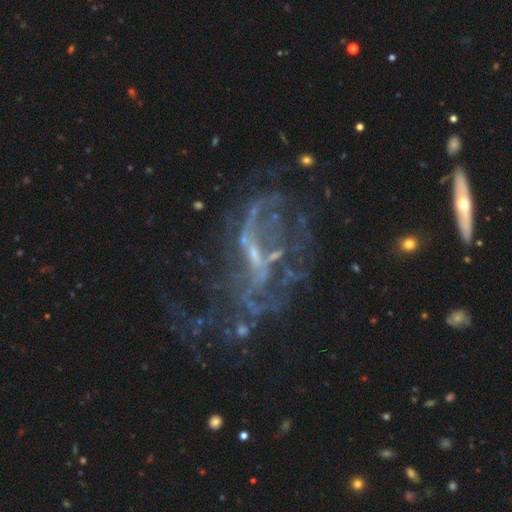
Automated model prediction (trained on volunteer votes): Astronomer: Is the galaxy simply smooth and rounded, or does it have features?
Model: featured or disk — 79%.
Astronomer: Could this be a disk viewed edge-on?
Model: no — 96%.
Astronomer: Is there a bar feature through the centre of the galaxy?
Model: weak — 41% (runner-up: no, 38%).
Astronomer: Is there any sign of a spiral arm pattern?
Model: yes — 65%.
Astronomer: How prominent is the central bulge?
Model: small — 57%.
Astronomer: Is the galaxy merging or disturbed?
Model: none — 39% (runner-up: major disturbance, 38%).